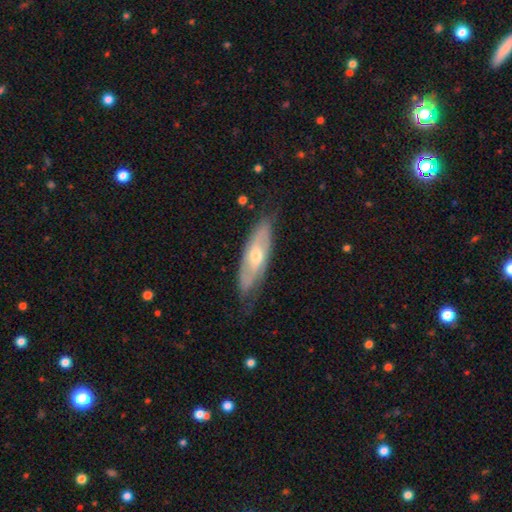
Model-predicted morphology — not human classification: The model was most divided on "edge-on disk": no: 59%, yes: 41%. More confident: merging — none (79%); smooth or featured — featured or disk (60%).